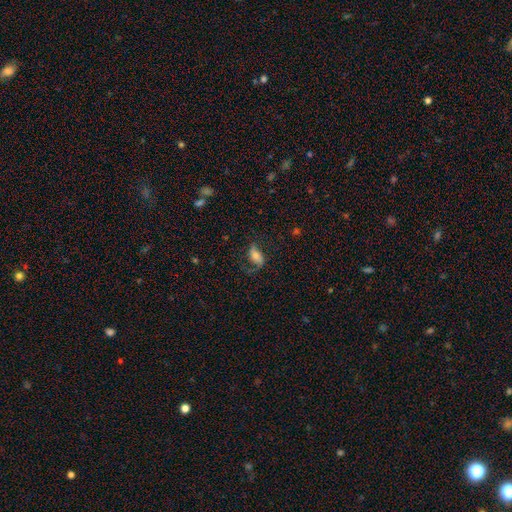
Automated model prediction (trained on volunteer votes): Smooth or featured?
  - featured or disk: 52% *
  - smooth: 39%
  - star or artifact: 9%
Edge-on disk?
  - no: 92% *
  - yes: 8%
Merging?
  - none: 57% *
  - major disturbance: 21%
  - minor disturbance: 20%
  - merger: 2%